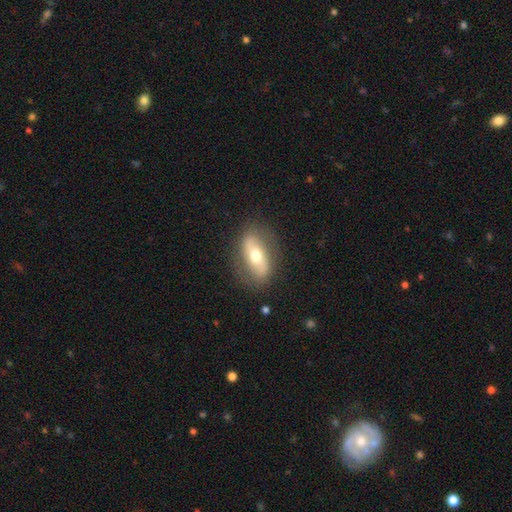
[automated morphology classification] This appears to be a featured or disk galaxy (50%). Merging: none (81%).